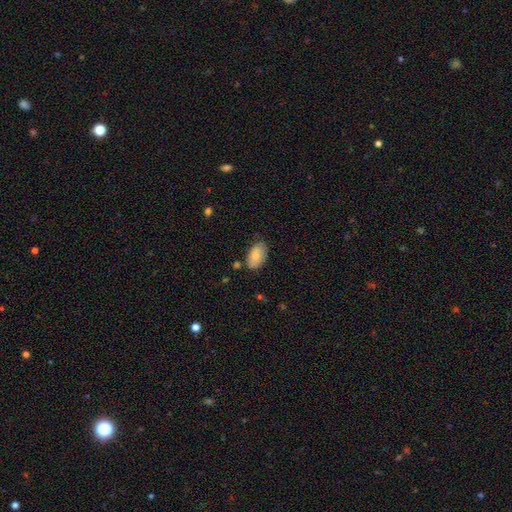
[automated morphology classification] type=smooth (80%); roundness=in between (94%); merging=none (71%).